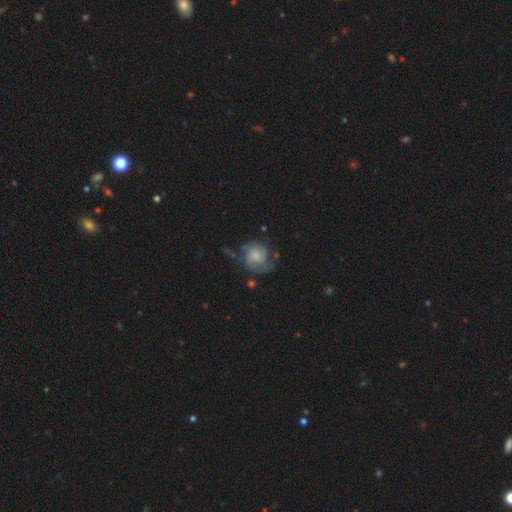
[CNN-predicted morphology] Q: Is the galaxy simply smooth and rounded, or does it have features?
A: featured or disk — 54%.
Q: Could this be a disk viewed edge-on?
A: no — 98%.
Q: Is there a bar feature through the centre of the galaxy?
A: no — 71%.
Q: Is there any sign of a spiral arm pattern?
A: yes — 82%.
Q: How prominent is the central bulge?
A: small — 28%.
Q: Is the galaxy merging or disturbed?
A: none — 50%.